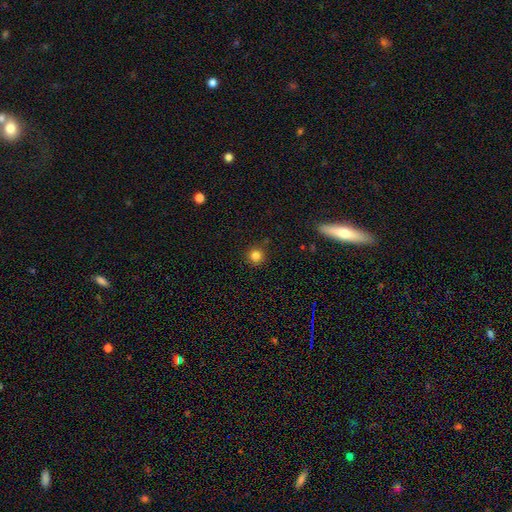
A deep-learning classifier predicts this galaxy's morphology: Smooth or featured?
  - smooth: 82% *
  - star or artifact: 13%
  - featured or disk: 5%
How rounded?
  - round: 95% *
  - in between: 4%
  - cigar-shaped: 1%
Merging?
  - none: 89% *
  - minor disturbance: 7%
  - major disturbance: 2%
  - merger: 2%